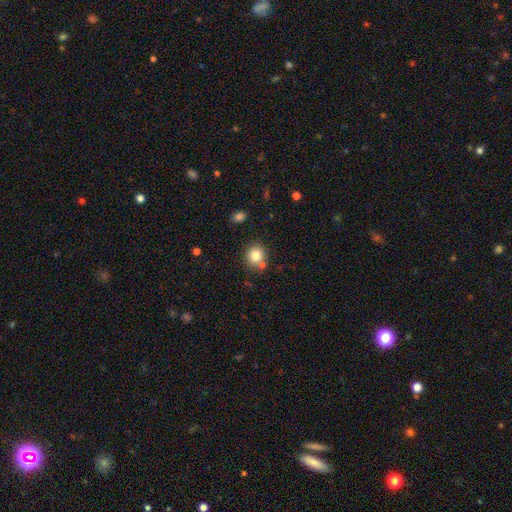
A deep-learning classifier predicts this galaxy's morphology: Smooth or featured? Predicted: smooth (p=0.80). How rounded? Predicted: round (p=0.85). Merging? Predicted: none (p=0.73).